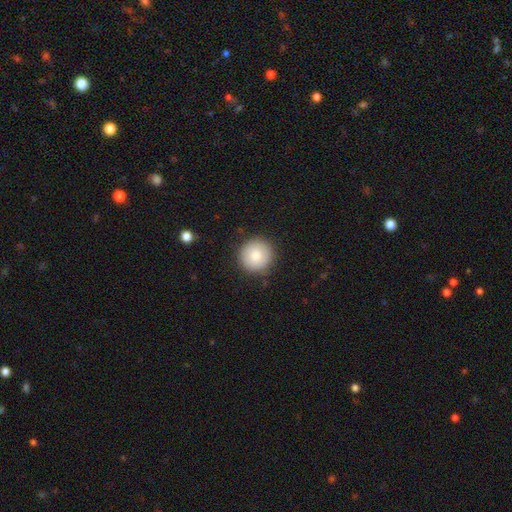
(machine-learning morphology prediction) A smooth galaxy with no disk features (81%) that is round (95%).

Vote fractions:
- Smooth or featured? smooth: 81% / featured or disk: 11% / star or artifact: 8%
- How rounded? round: 95% / in between: 4% / cigar-shaped: 1%
- Merging? none: 88% / minor disturbance: 8% / major disturbance: 2% / merger: 1%